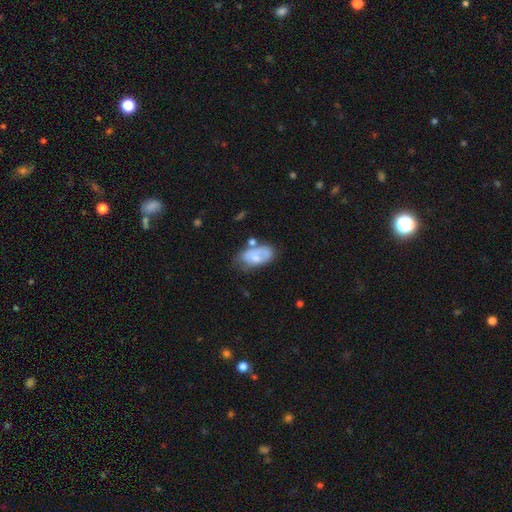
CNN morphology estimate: Smooth or featured? smooth (62%)
How rounded? in between (92%)
Merging? none (40%)